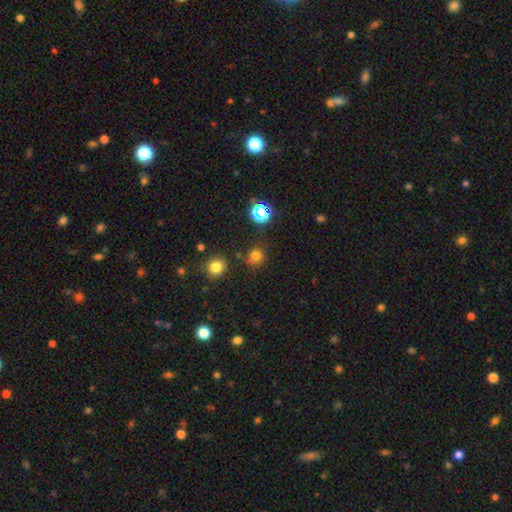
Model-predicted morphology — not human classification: smooth_or_featured: smooth (p=0.71) [alt: star or artifact p=0.23]
how_rounded: round (p=0.86) [alt: in between p=0.13]
merging: none (p=0.77) [alt: minor disturbance p=0.13]